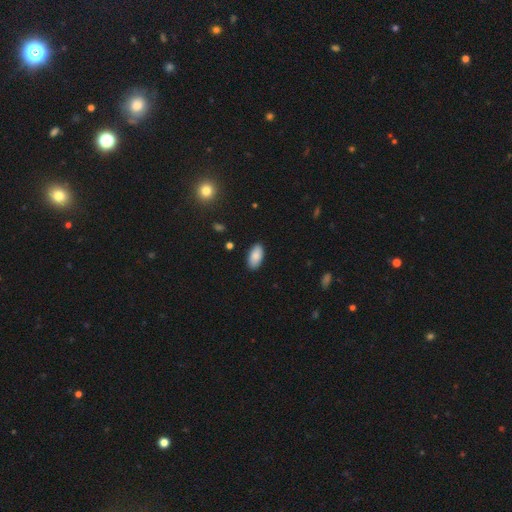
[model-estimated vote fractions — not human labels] smooth_or_featured: smooth (p=0.88) [alt: star or artifact p=0.07]
how_rounded: in between (p=0.94) [alt: cigar-shaped p=0.04]
merging: none (p=0.88) [alt: minor disturbance p=0.09]